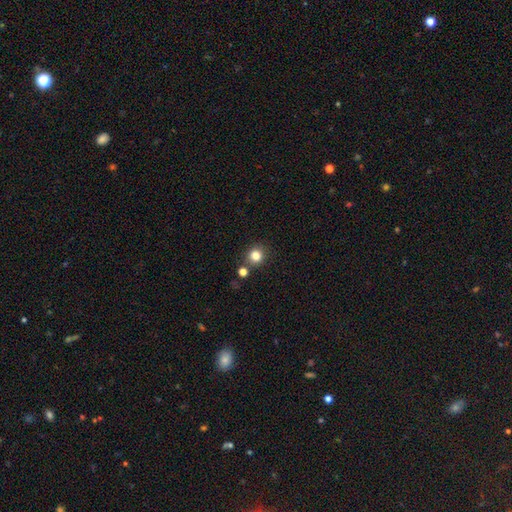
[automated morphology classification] smooth_or_featured: smooth (p=0.82) [alt: star or artifact p=0.13]
how_rounded: round (p=0.87) [alt: in between p=0.12]
merging: none (p=0.79) [alt: merger p=0.10]